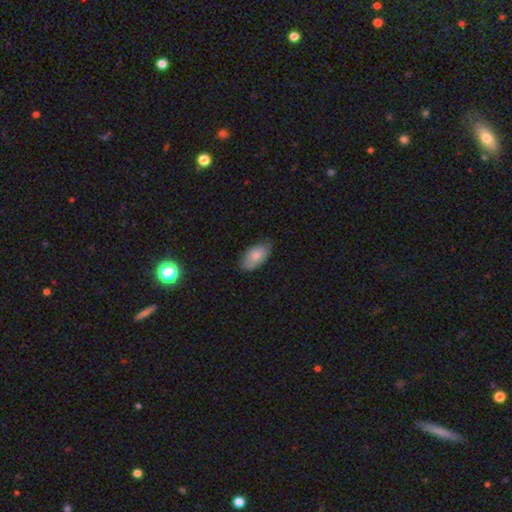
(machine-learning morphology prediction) A smooth galaxy with no disk features (80%) that is in between round and cigar-shaped (94%).

Vote fractions:
- Smooth or featured? smooth: 80% / featured or disk: 13% / star or artifact: 6%
- How rounded? in between: 94% / round: 3% / cigar-shaped: 3%
- Merging? none: 73% / minor disturbance: 23% / major disturbance: 3% / merger: 1%